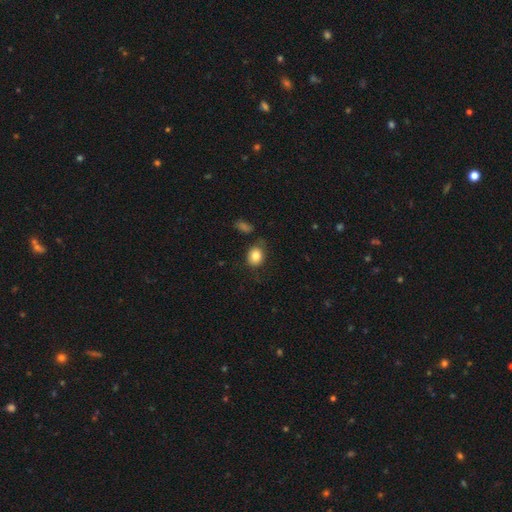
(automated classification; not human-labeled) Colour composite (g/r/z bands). It shows a smooth galaxy with no disk features (82%) that is round (53%). Merging: none (69%).